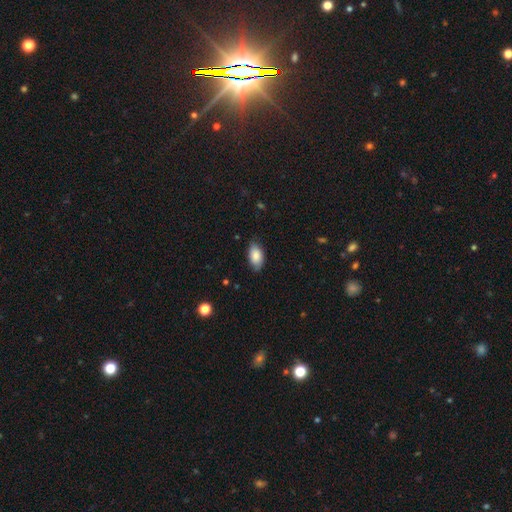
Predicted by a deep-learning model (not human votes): Overall: smooth (84%). How rounded: in between (93%). Merging: none (79%).